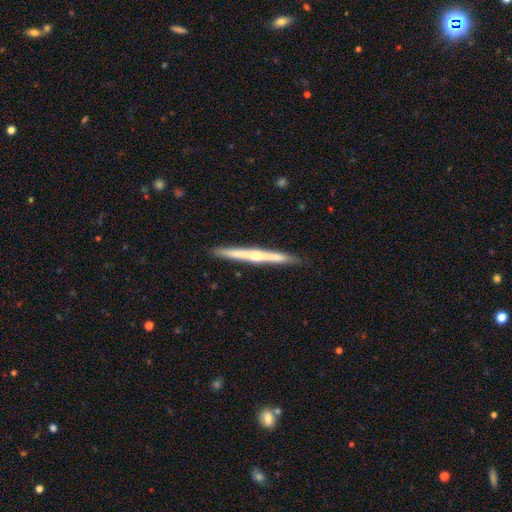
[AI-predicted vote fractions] Smooth or featured?
  - featured or disk: 71% *
  - smooth: 23%
  - star or artifact: 5%
Edge-on disk?
  - yes: 98% *
  - no: 2%
Edge-on bulge?
  - rounded: 79% *
  - none: 18%
  - boxy: 3%
Merging?
  - none: 91% *
  - minor disturbance: 7%
  - major disturbance: 1%
  - merger: 1%